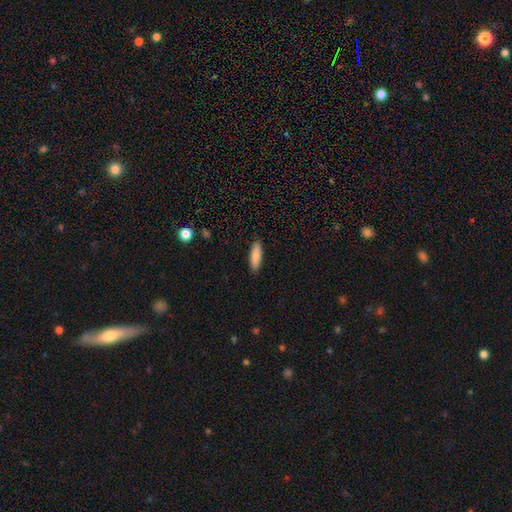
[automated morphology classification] This appears to be a smooth galaxy with no disk features (88%) that is cigar-shaped (50%). Merging: none (90%).